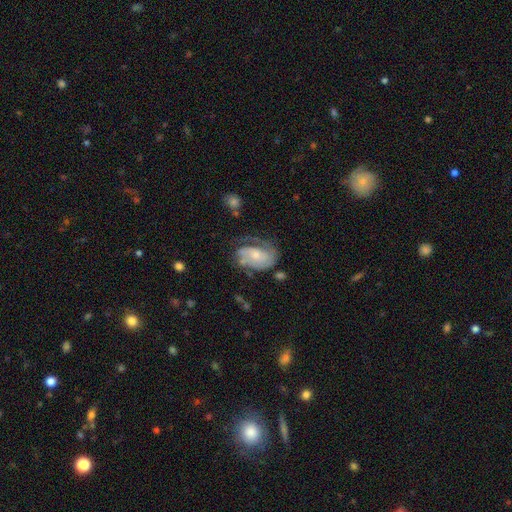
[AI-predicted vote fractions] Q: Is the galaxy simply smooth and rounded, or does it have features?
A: featured or disk — 66%.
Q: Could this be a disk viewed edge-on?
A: no — 96%.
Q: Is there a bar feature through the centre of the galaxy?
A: no — 70%.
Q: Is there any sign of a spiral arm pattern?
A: yes — 82%.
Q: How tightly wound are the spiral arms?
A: tight — 44%.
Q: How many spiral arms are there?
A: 2 — 34%.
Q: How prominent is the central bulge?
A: small — 49%.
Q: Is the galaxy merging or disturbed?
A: none — 45%.